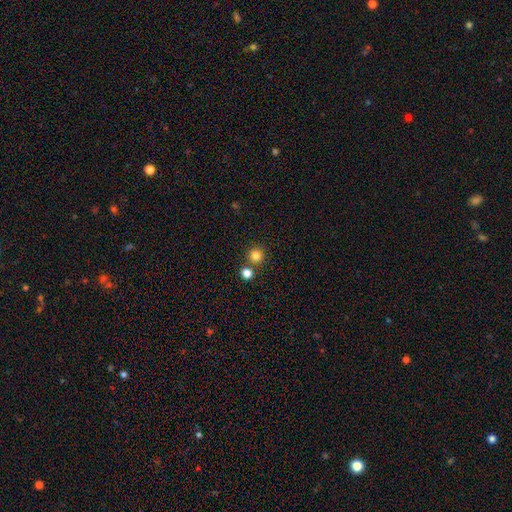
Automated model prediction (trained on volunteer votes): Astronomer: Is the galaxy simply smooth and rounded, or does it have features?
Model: smooth — 82%.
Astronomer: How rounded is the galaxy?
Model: round — 95%.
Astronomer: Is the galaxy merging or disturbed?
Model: none — 79%.